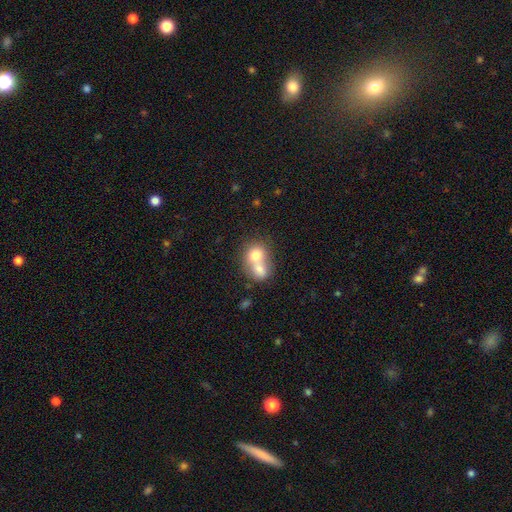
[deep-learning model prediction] Overall: smooth (70%). How rounded: round (64%; in between 35%). Merging: merger (73%).